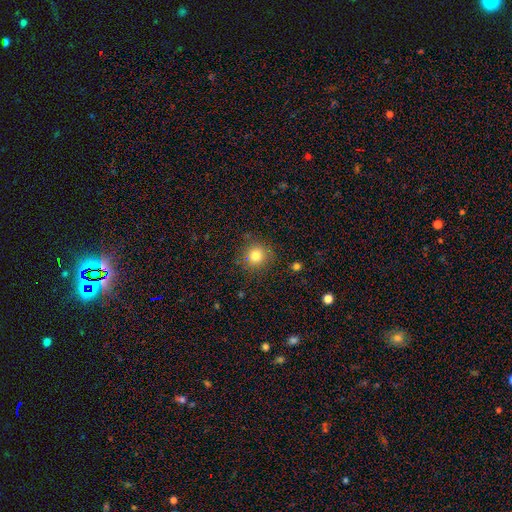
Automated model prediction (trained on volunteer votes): This is clearly a smooth galaxy (82%). How rounded: clearly round (92%). Merging: clearly none (86%).